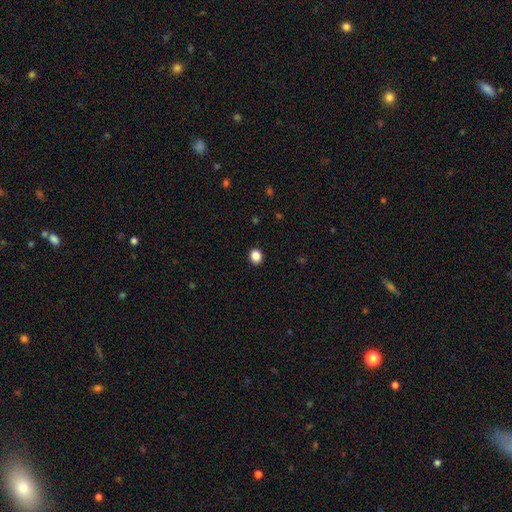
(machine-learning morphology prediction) smooth_or_featured: smooth (p=0.87) [alt: star or artifact p=0.10]
how_rounded: round (p=0.69) [alt: in between p=0.30]
merging: none (p=0.92) [alt: minor disturbance p=0.06]